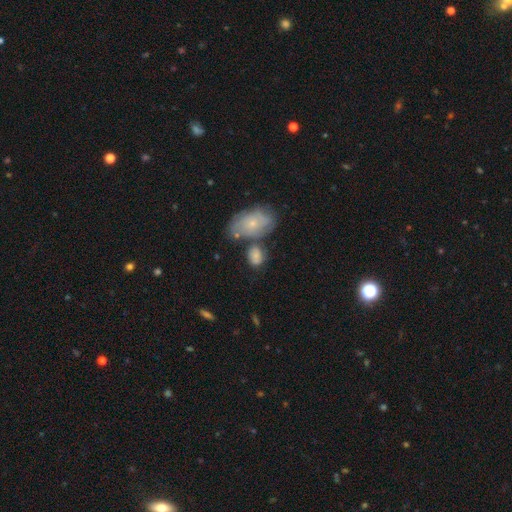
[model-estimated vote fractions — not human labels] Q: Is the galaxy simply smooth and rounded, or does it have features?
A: smooth — 69%.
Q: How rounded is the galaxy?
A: in between — 60%.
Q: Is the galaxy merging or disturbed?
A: none — 49%.